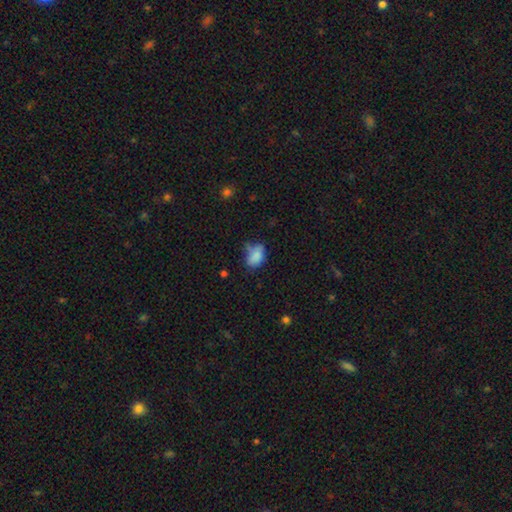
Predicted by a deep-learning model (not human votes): Smooth or featured? smooth (81%)
How rounded? in between (84%)
Merging? none (47%)